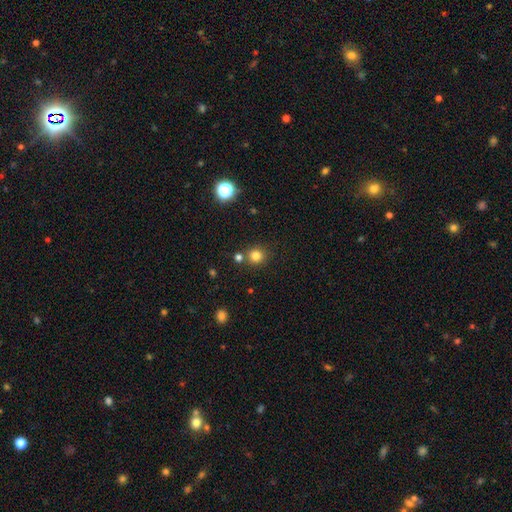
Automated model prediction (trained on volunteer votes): This appears to be a smooth galaxy with no disk features (81%) that is round (90%). Merging: none (77%).